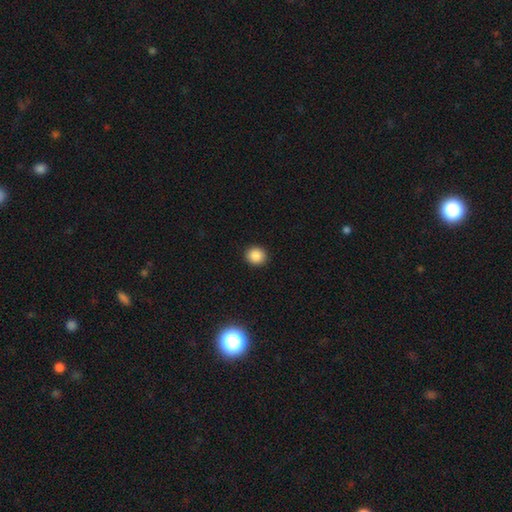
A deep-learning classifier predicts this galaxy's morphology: This is clearly a smooth galaxy (87%). How rounded: clearly round (86%). Merging: clearly none (92%).